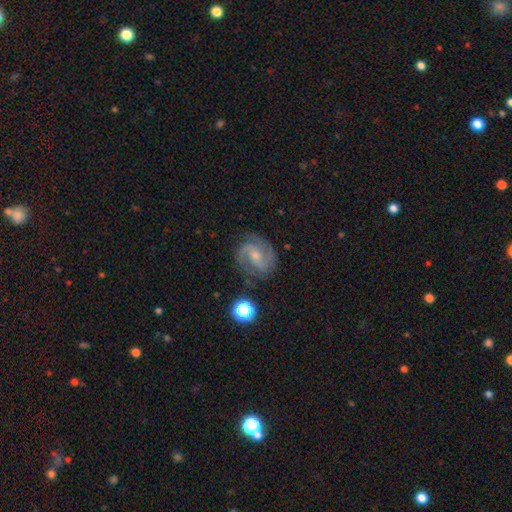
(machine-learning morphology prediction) This appears to be a featured or disk galaxy (83%) with a weak bar (49%), 2 (82%) medium (53%) spiral arms (97%) and a small central bulge (55%). Merging: none (76%).